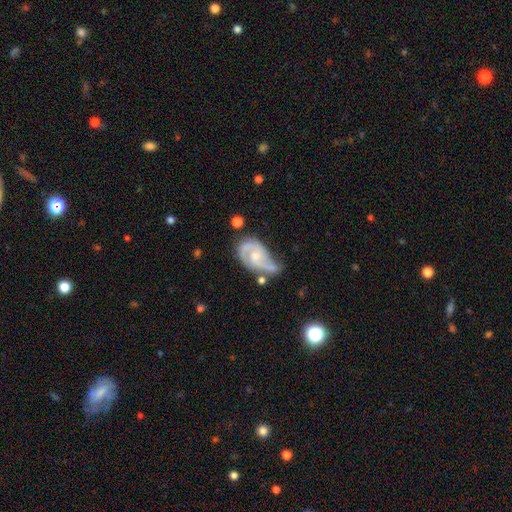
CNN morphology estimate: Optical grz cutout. It shows a featured or disk galaxy (81%) with no bar (60%), 2 (77%) medium (48%) spiral arms (94%) and a small central bulge (50%). Merging: none (37%).